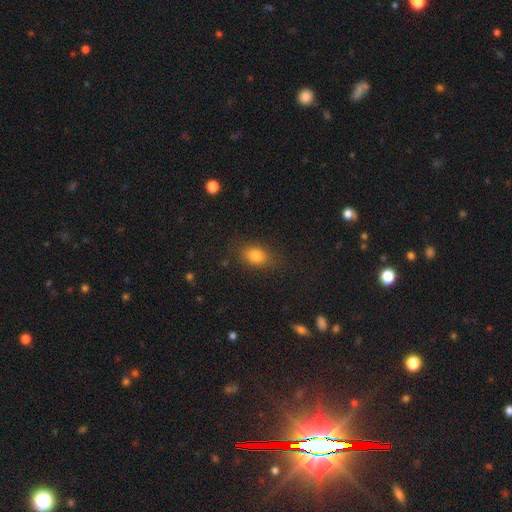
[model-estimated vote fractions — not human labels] A smooth galaxy with no disk features (81%) that is in between round and cigar-shaped (73%).

Vote fractions:
- Smooth or featured? smooth: 81% / star or artifact: 11% / featured or disk: 8%
- How rounded? in between: 73% / round: 25% / cigar-shaped: 2%
- Merging? none: 81% / minor disturbance: 14% / major disturbance: 4% / merger: 1%